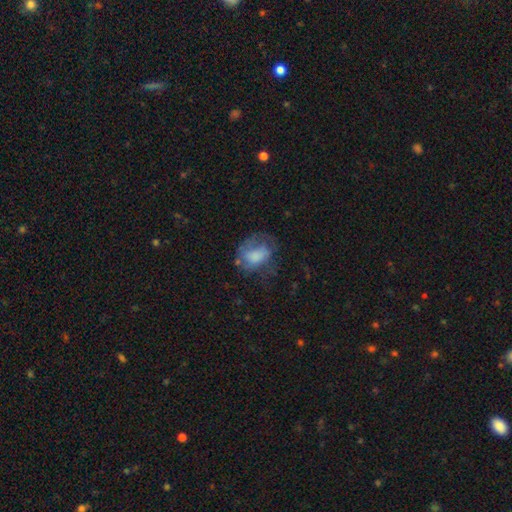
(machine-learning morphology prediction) The model was most divided on "merging": major disturbance: 36%, none: 35%, minor disturbance: 26%, merger: 3%. More confident: how rounded — in between (68%); smooth or featured — smooth (58%).